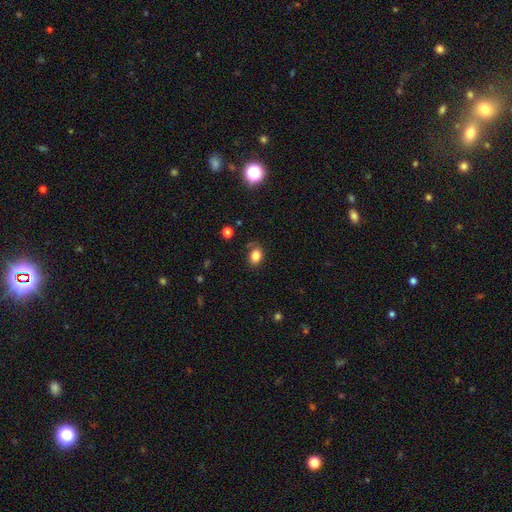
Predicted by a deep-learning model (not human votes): smooth_or_featured: smooth (p=0.82) [alt: star or artifact p=0.11]
how_rounded: in between (p=0.63) [alt: round p=0.36]
merging: none (p=0.72) [alt: minor disturbance p=0.19]